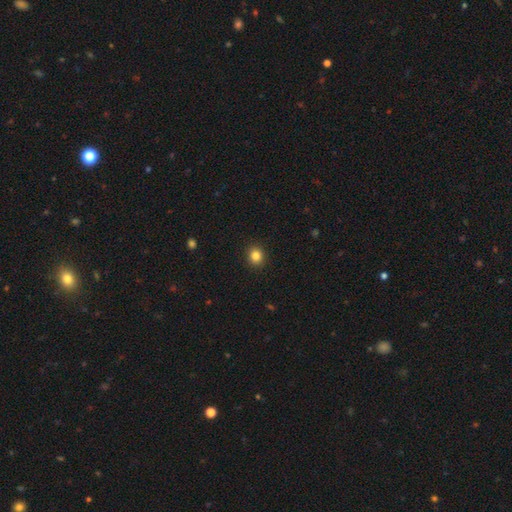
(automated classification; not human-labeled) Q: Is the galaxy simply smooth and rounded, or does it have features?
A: smooth — 84%.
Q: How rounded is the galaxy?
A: round — 80%.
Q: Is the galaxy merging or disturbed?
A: none — 92%.